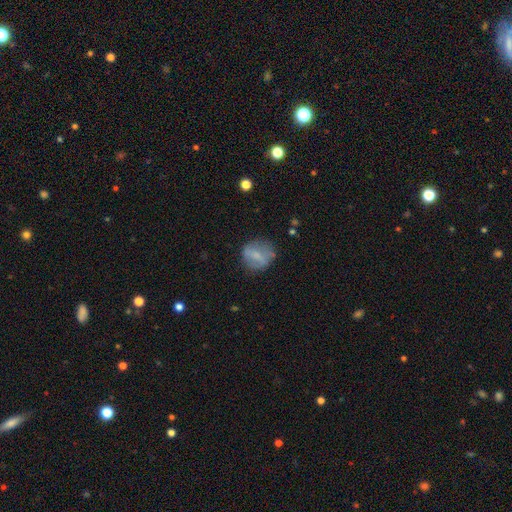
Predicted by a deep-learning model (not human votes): smooth_or_featured: smooth (p=0.59) [alt: featured or disk p=0.32]
how_rounded: round (p=0.70) [alt: in between p=0.28]
merging: none (p=0.69) [alt: minor disturbance p=0.20]